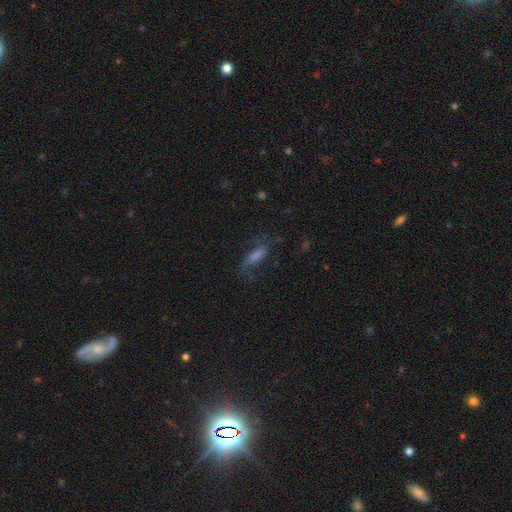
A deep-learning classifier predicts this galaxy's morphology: Smooth or featured: featured or disk — 42% (smooth — 40%)
Merging: none — 60% (minor disturbance — 21%)